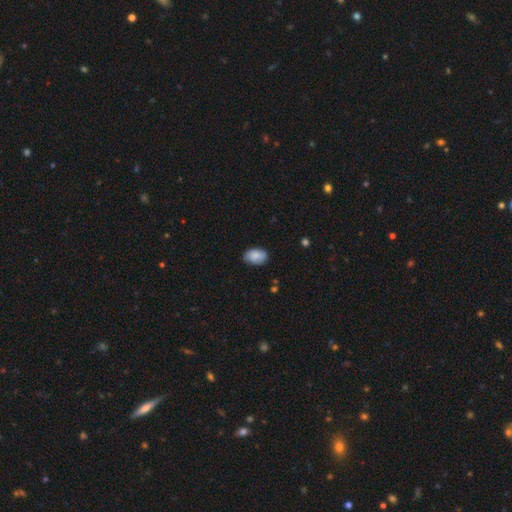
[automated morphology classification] smooth 85%, featured or disk 8%, star or artifact 7%. Down the decision tree: how rounded — in between (89%); merging — none (79%).